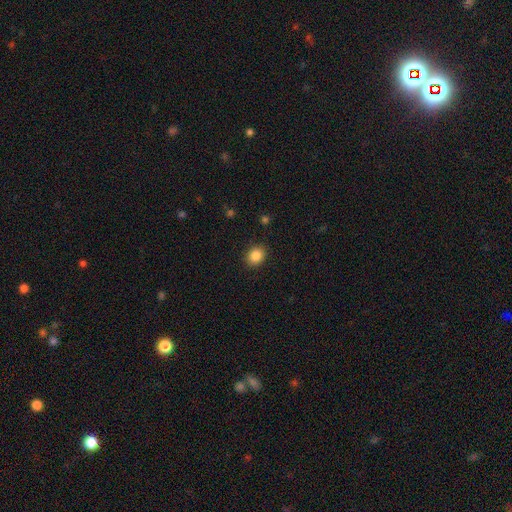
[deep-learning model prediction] A smooth galaxy with no disk features (86%) that is round (60%).

Vote fractions:
- Smooth or featured? smooth: 86% / star or artifact: 10% / featured or disk: 5%
- How rounded? round: 60% / in between: 39% / cigar-shaped: 1%
- Merging? none: 89% / minor disturbance: 8% / major disturbance: 2% / merger: 1%